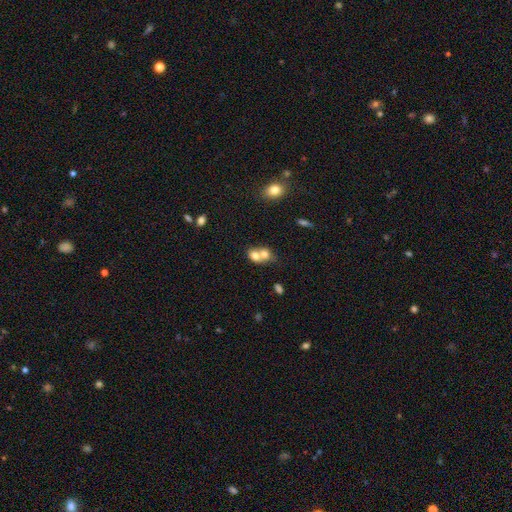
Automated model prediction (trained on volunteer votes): Smooth or featured? Predicted: smooth (p=0.71). How rounded? Predicted: round (p=0.50). Merging? Predicted: merger (p=0.70).